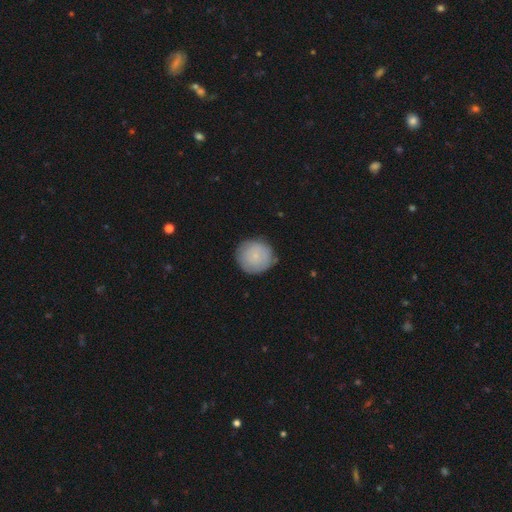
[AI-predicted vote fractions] smooth_or_featured: smooth (p=0.72) [alt: featured or disk p=0.21]
how_rounded: round (p=0.90) [alt: in between p=0.09]
merging: none (p=0.78) [alt: minor disturbance p=0.17]